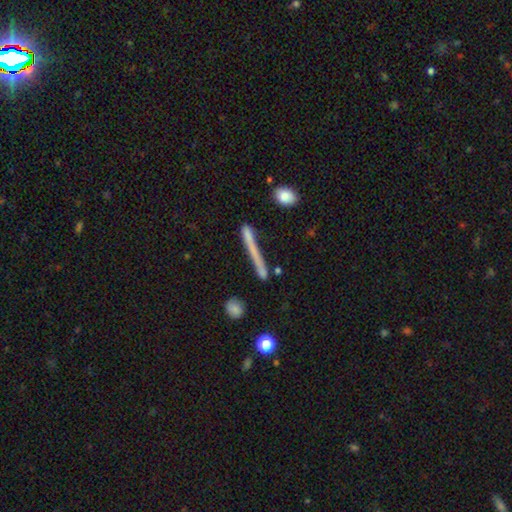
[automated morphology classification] This appears to be a smooth galaxy with no disk features (59%) that is cigar-shaped (90%). Merging: none (56%).